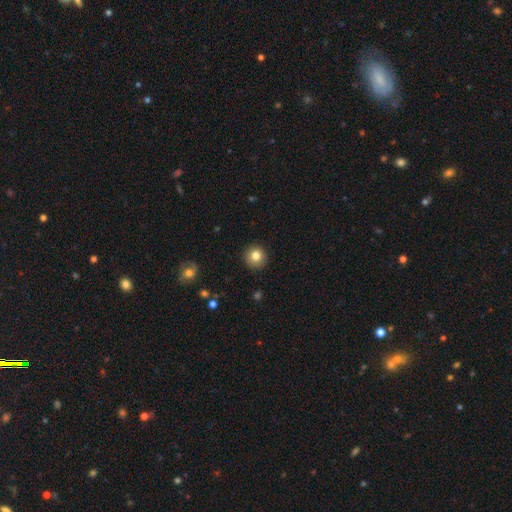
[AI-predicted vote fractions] Q: Smooth or featured?
A: smooth (82%); runner-up: star or artifact (10%)
Q: How rounded?
A: round (94%); runner-up: in between (5%)
Q: Merging?
A: none (91%); runner-up: minor disturbance (6%)